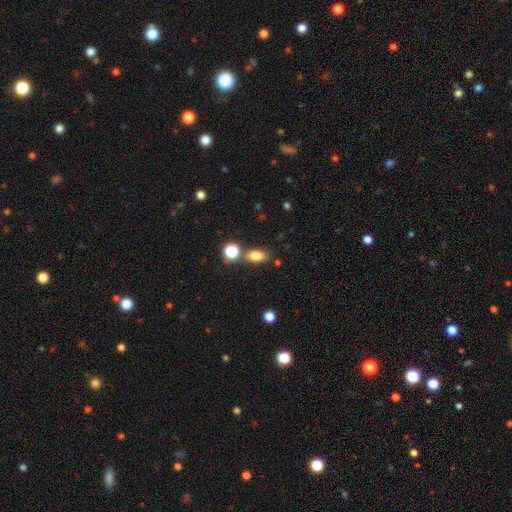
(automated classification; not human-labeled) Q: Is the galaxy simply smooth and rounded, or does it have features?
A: smooth — 79%.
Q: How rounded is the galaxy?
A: in between — 80%.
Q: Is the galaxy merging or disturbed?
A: none — 71%.